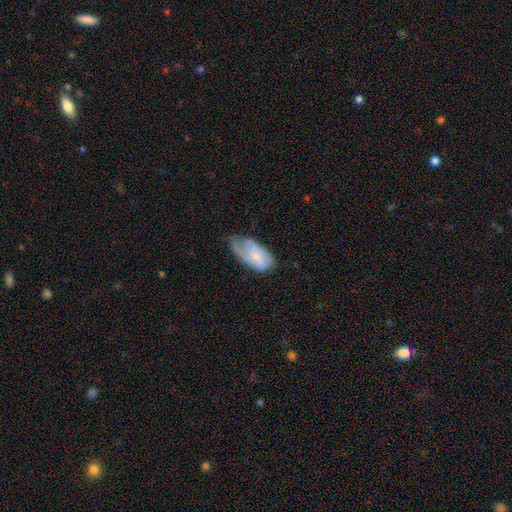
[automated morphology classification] Overall: smooth (50%; featured or disk 44%). How rounded: in between (93%). Merging: minor disturbance (41%; none 31%).